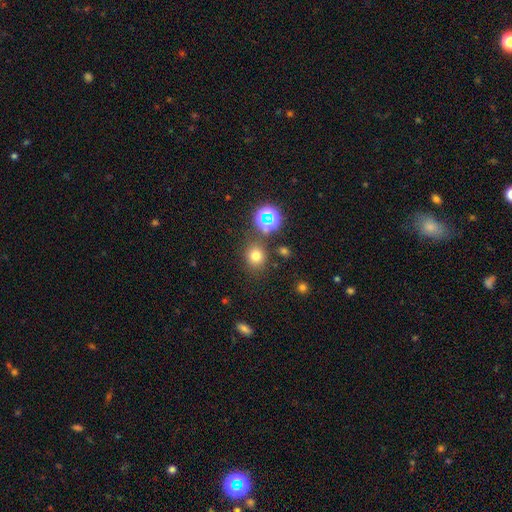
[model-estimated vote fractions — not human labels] This is likely a smooth galaxy (71%). How rounded: likely round (78%). Merging: likely none (80%).